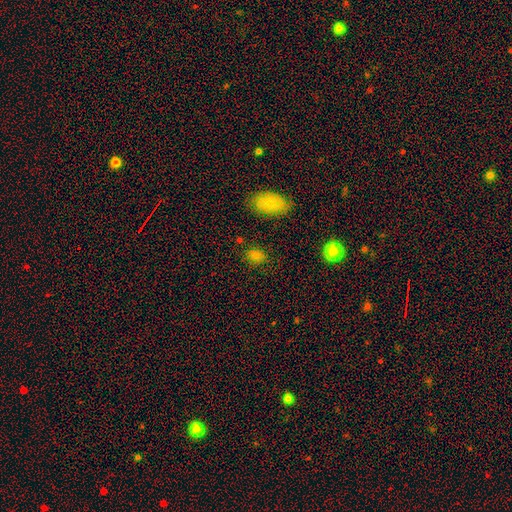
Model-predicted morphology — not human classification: Smooth or featured? Predicted: smooth (p=0.78). How rounded? Predicted: in between (p=0.68). Merging? Predicted: none (p=0.82).